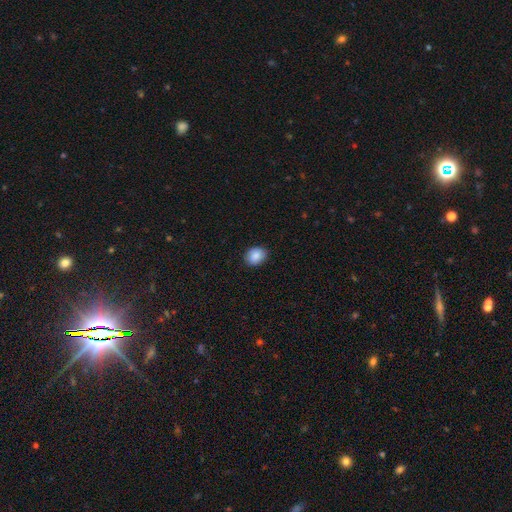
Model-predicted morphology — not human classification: Smooth or featured?
  - smooth: 87% *
  - star or artifact: 8%
  - featured or disk: 6%
How rounded?
  - in between: 50% *
  - round: 49%
  - cigar-shaped: 1%
Merging?
  - none: 89% *
  - minor disturbance: 8%
  - major disturbance: 2%
  - merger: 1%